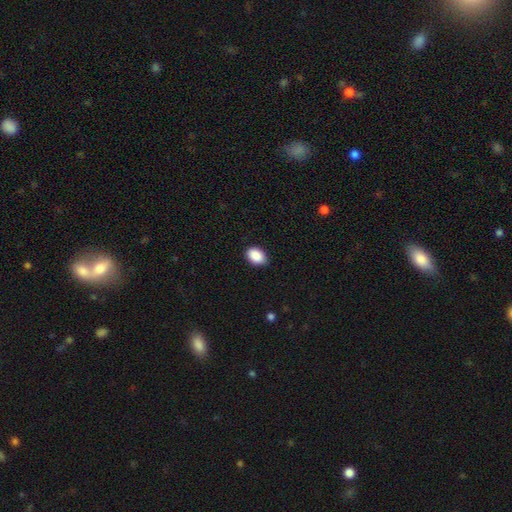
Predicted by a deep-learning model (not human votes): Morphology: type=smooth (90%); roundness=in between (84%); merging=none (86%).